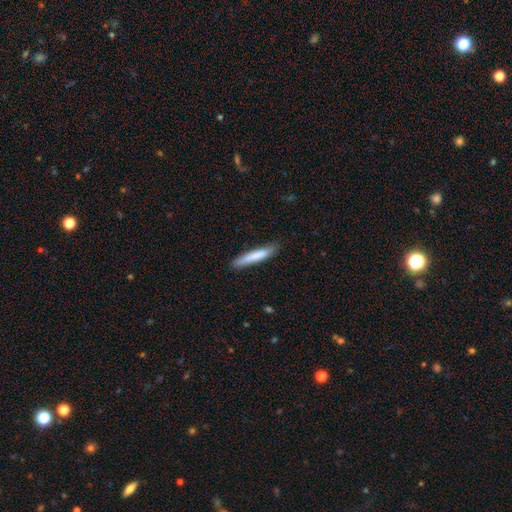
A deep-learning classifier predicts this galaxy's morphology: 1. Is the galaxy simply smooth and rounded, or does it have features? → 79% smooth, 16% featured or disk, 6% star or artifact.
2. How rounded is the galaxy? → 91% cigar-shaped, 8% in between, 1% round.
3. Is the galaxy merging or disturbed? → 81% none, 15% minor disturbance, 3% major disturbance, 1% merger.